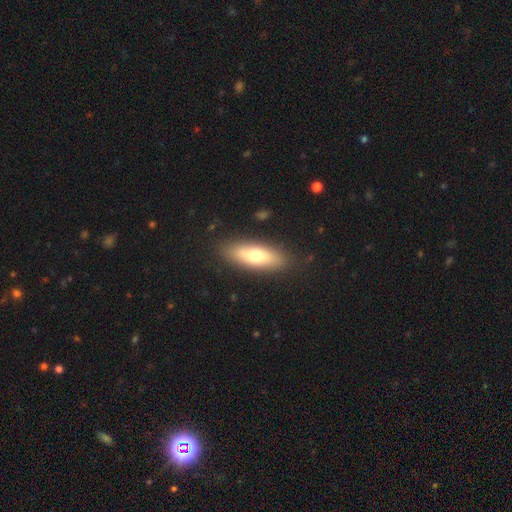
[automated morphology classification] Q: Smooth or featured?
A: smooth (68%); runner-up: featured or disk (26%)
Q: How rounded?
A: in between (66%); runner-up: cigar-shaped (31%)
Q: Merging?
A: none (86%); runner-up: minor disturbance (10%)